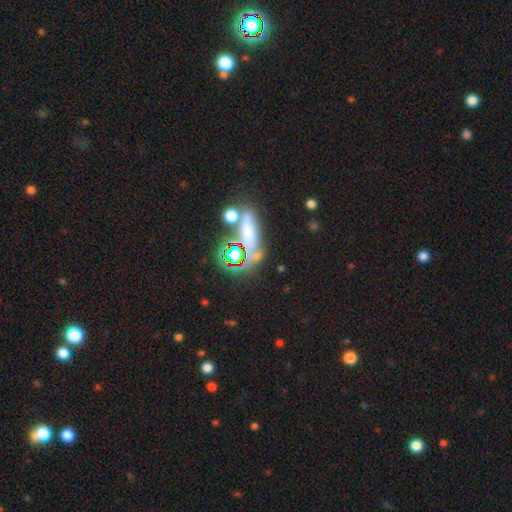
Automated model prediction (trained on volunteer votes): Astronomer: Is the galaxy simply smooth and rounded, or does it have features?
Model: smooth — 46% (runner-up: star or artifact, 39%).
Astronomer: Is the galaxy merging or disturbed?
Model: none — 57%.